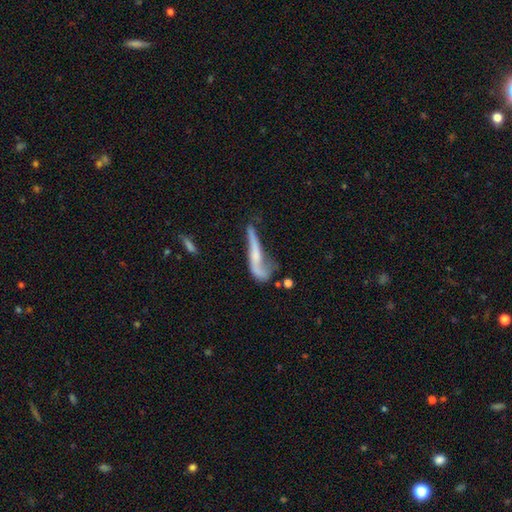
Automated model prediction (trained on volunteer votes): Q: Smooth or featured?
A: featured or disk (59%); runner-up: smooth (32%)
Q: Edge-on disk?
A: no (64%); runner-up: yes (36%)
Q: Merging?
A: major disturbance (36%); runner-up: none (27%)